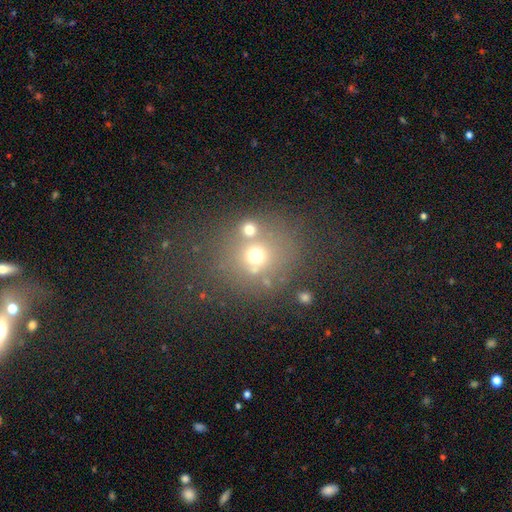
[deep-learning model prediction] Smooth or featured? smooth (62%)
How rounded? round (83%)
Merging? none (61%)